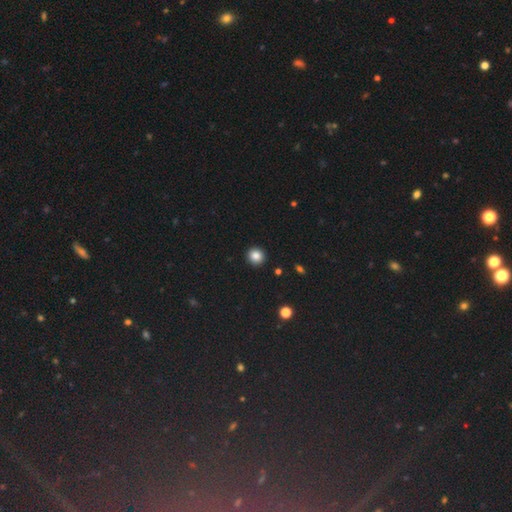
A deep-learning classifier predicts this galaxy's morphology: Smooth or featured?
  - smooth: 85% *
  - star or artifact: 11%
  - featured or disk: 5%
How rounded?
  - round: 92% *
  - in between: 7%
  - cigar-shaped: 1%
Merging?
  - none: 93% *
  - minor disturbance: 4%
  - major disturbance: 2%
  - merger: 1%